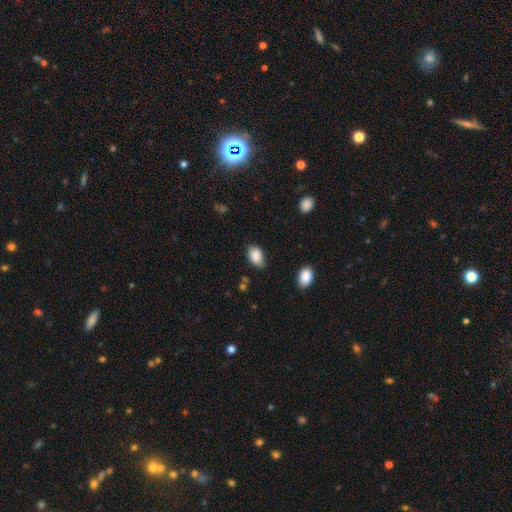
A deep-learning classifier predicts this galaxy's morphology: Smooth or featured? Predicted: smooth (p=0.87). How rounded? Predicted: in between (p=0.88). Merging? Predicted: none (p=0.69).